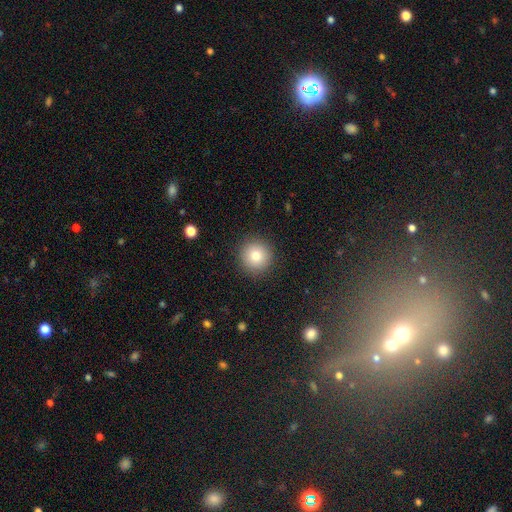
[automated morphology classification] The model was most divided on "smooth or featured": smooth: 80%, star or artifact: 11%, featured or disk: 9%. More confident: how rounded — round (95%); merging — none (91%).